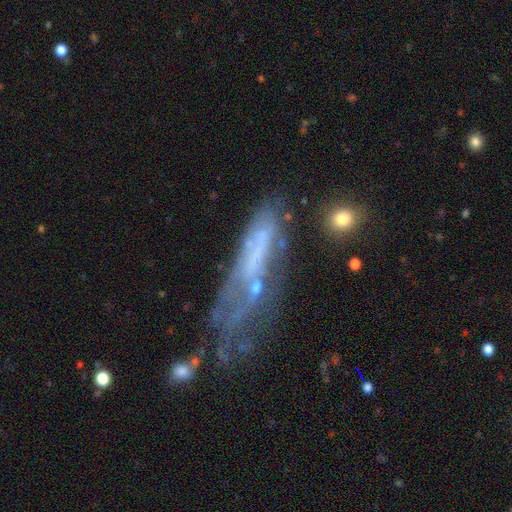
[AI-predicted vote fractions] smooth_or_featured: featured or disk (p=0.56) [alt: smooth p=0.31]
disk_edge_on: no (p=0.62) [alt: yes p=0.38]
merging: major disturbance (p=0.32) [tied with: none p=0.32]